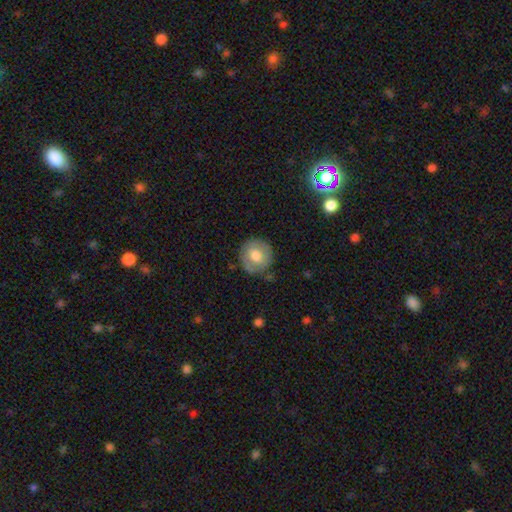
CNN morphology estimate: Q: Smooth or featured?
A: smooth (66%); runner-up: featured or disk (26%)
Q: How rounded?
A: round (91%); runner-up: in between (8%)
Q: Merging?
A: none (78%); runner-up: minor disturbance (16%)